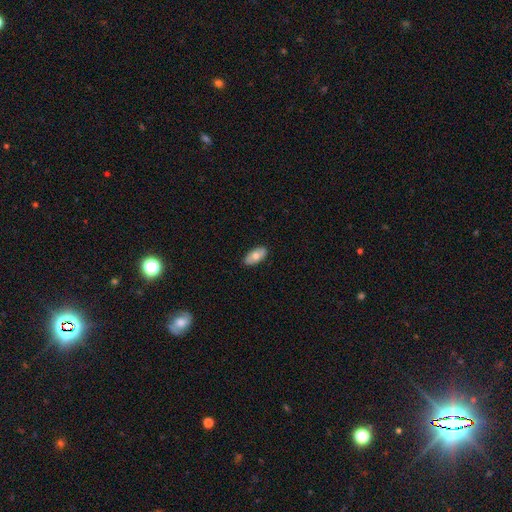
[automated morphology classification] smooth-or-featured: smooth: 71% | featured or disk: 23% | star or artifact: 6%
  how-rounded: in between: 93% | cigar-shaped: 4% | round: 3%
  merging: none: 88% | minor disturbance: 9% | major disturbance: 2% | merger: 1%